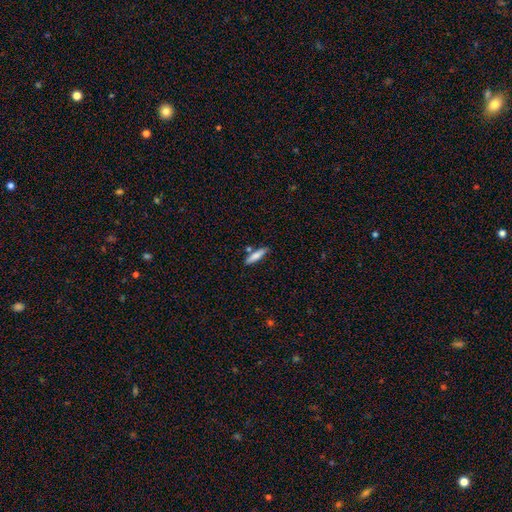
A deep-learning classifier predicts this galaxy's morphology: type=smooth (75%); roundness=cigar-shaped (75%); merging=none (75%).